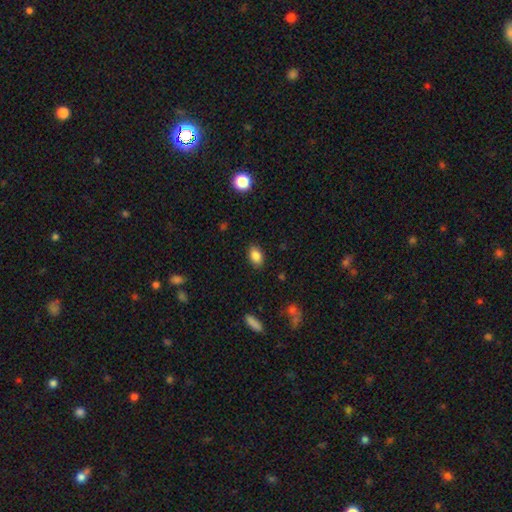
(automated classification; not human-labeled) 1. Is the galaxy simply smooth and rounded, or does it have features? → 86% smooth, 9% star or artifact, 5% featured or disk.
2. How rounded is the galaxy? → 88% in between, 10% round, 2% cigar-shaped.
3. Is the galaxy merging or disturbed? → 86% none, 10% minor disturbance, 3% major disturbance, 1% merger.